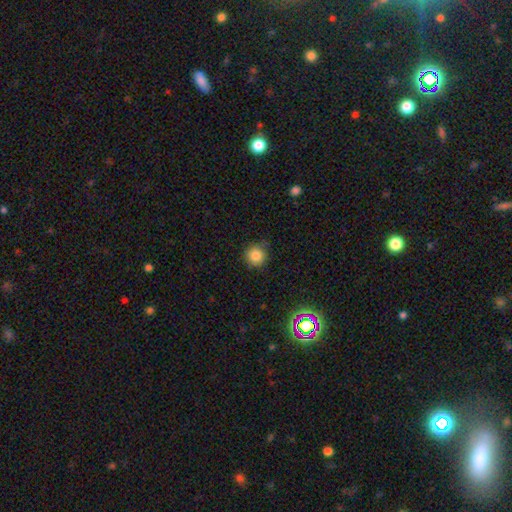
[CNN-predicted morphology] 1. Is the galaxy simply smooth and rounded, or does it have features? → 82% smooth, 12% star or artifact, 6% featured or disk.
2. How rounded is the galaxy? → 94% round, 5% in between, 1% cigar-shaped.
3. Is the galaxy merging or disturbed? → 84% none, 12% minor disturbance, 3% major disturbance, 1% merger.